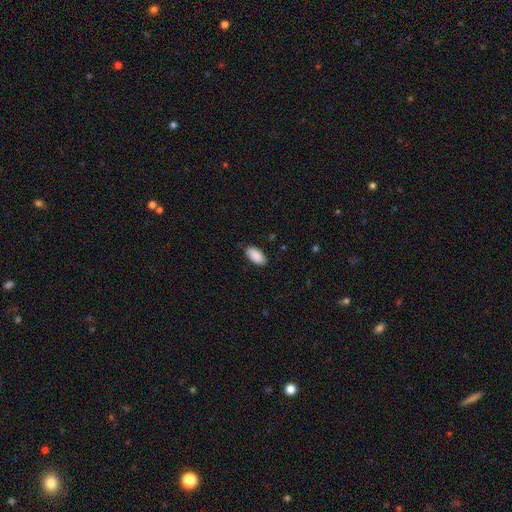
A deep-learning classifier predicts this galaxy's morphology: smooth-or-featured: smooth: 90% | star or artifact: 6% | featured or disk: 3%
  how-rounded: in between: 93% | cigar-shaped: 5% | round: 2%
  merging: none: 82% | minor disturbance: 14% | major disturbance: 2% | merger: 1%